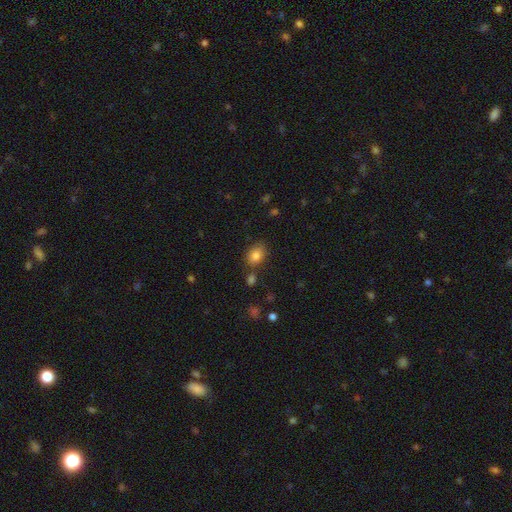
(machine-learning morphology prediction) smooth-or-featured: smooth: 83% | star or artifact: 10% | featured or disk: 7%
  how-rounded: in between: 66% | round: 33% | cigar-shaped: 1%
  merging: none: 73% | minor disturbance: 14% | merger: 9% | major disturbance: 4%